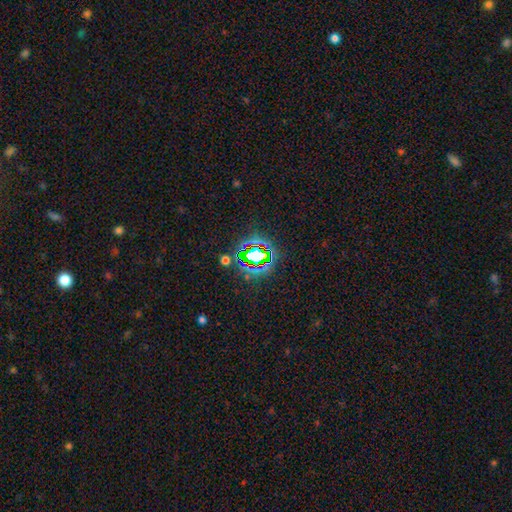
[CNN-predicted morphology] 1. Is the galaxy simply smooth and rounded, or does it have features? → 69% star or artifact, 20% smooth, 11% featured or disk.